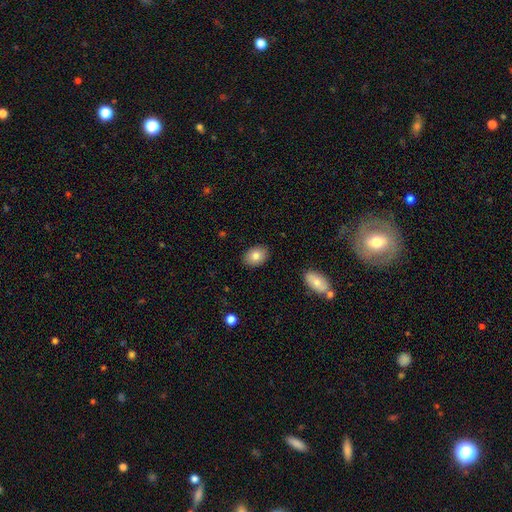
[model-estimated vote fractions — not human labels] This is clearly a smooth galaxy (82%). How rounded: likely in between (73%). Merging: clearly none (88%).